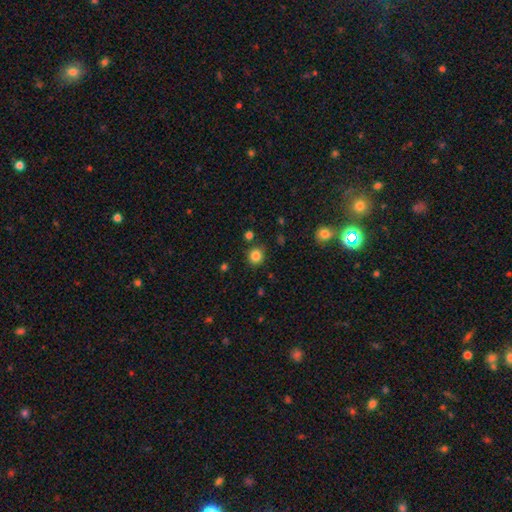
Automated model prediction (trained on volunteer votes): smooth 84%, star or artifact 12%, featured or disk 4%. Down the decision tree: how rounded — round (90%); merging — none (86%).